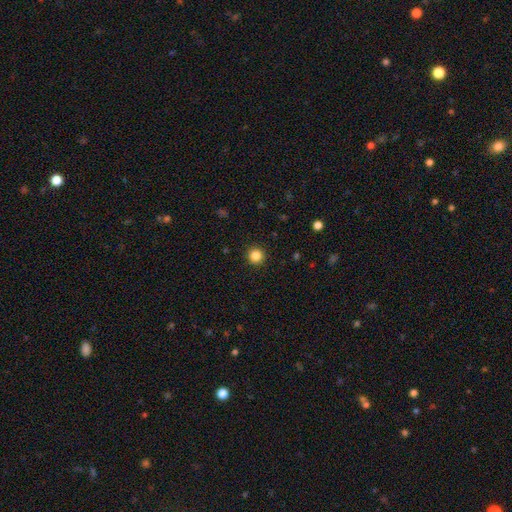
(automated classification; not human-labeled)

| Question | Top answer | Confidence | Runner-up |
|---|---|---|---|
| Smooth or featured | smooth | 85% | star or artifact (11%) |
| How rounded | round | 95% | in between (4%) |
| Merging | none | 92% | minor disturbance (5%) |